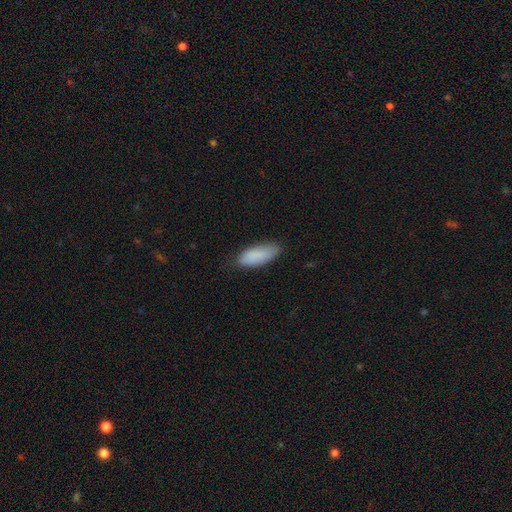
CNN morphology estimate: This is clearly a smooth galaxy (88%). How rounded: likely in between (73%). Merging: likely none (78%).